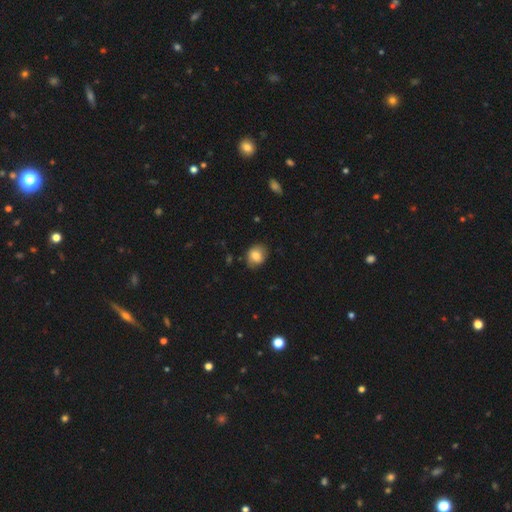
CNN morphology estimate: smooth-or-featured: smooth: 75% | featured or disk: 16% | star or artifact: 8%
  how-rounded: round: 61% | in between: 38% | cigar-shaped: 1%
  merging: none: 70% | minor disturbance: 23% | major disturbance: 5% | merger: 1%